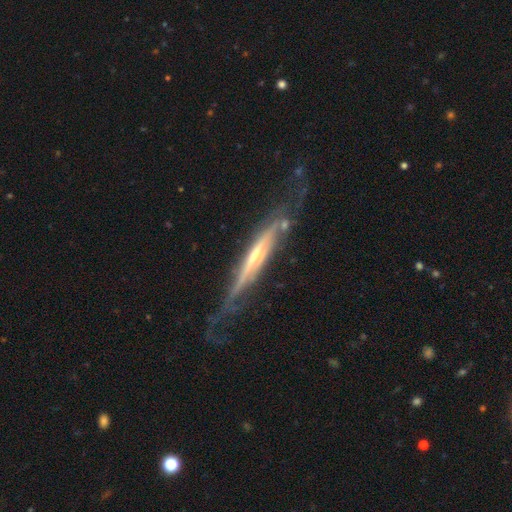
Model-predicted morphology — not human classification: featured or disk 82%, smooth 13%, star or artifact 5%. Down the decision tree: edge-on disk — yes (81%); edge-on bulge — rounded (53%); merging — none (56%).